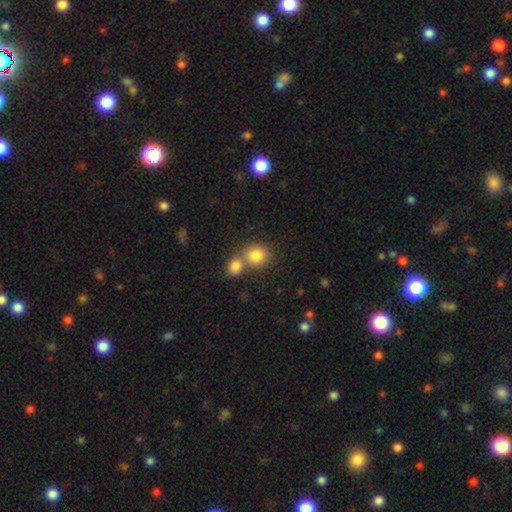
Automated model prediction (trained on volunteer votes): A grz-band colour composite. It shows a smooth galaxy with no disk features (82%) that is round (75%). Merging: merger (50%).